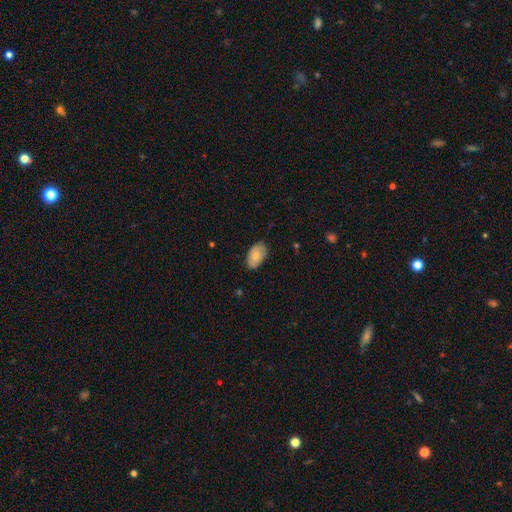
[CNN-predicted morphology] This is likely a smooth galaxy (74%). How rounded: clearly in between (92%). Merging: clearly none (81%).